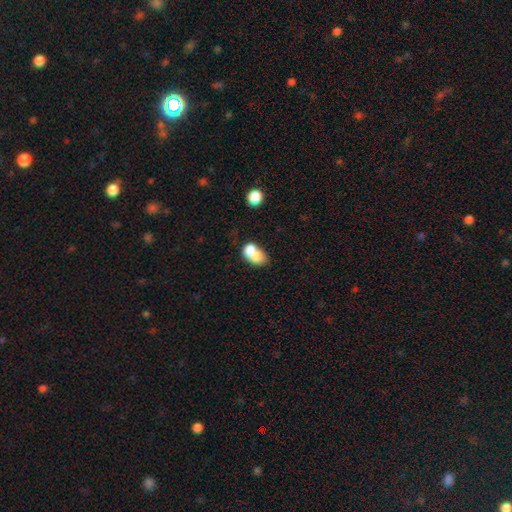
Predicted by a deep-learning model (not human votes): A smooth galaxy with no disk features (70%) that is in between round and cigar-shaped (64%).

Vote fractions:
- Smooth or featured? smooth: 70% / featured or disk: 20% / star or artifact: 10%
- How rounded? in between: 64% / round: 34% / cigar-shaped: 1%
- Merging? merger: 64% / none: 22% / minor disturbance: 8% / major disturbance: 6%